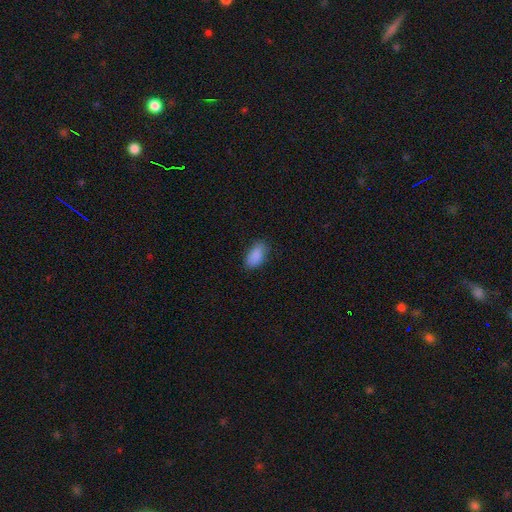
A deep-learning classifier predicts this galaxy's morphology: A smooth galaxy with no disk features (88%) that is in between round and cigar-shaped (92%). Merging: none (79%).